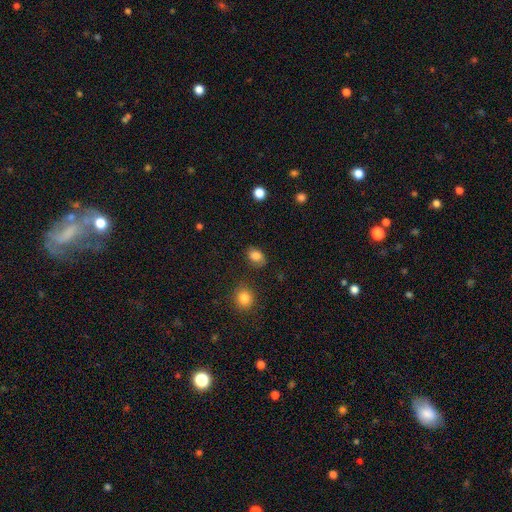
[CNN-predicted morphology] A smooth galaxy with no disk features (84%) that is in between round and cigar-shaped (71%). Merging: none (73%).